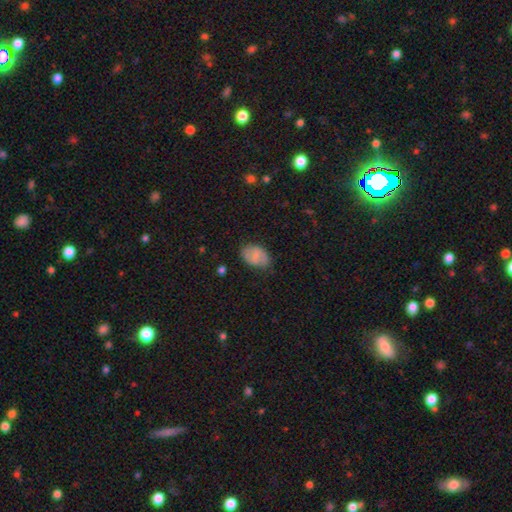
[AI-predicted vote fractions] Smooth or featured? smooth (69%)
How rounded? in between (84%)
Merging? none (73%)